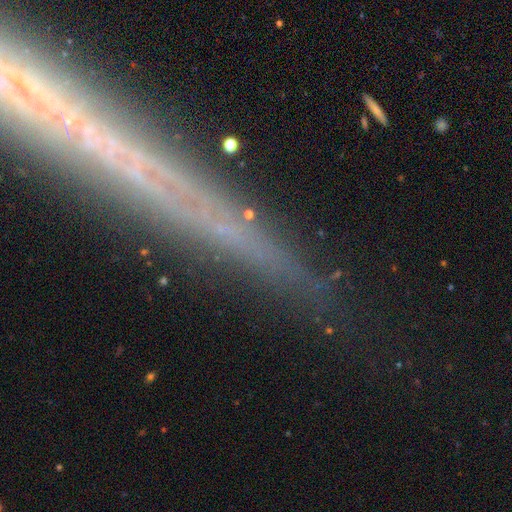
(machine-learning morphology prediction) This is possibly a featured or disk galaxy (48%). Merging: likely none (79%).